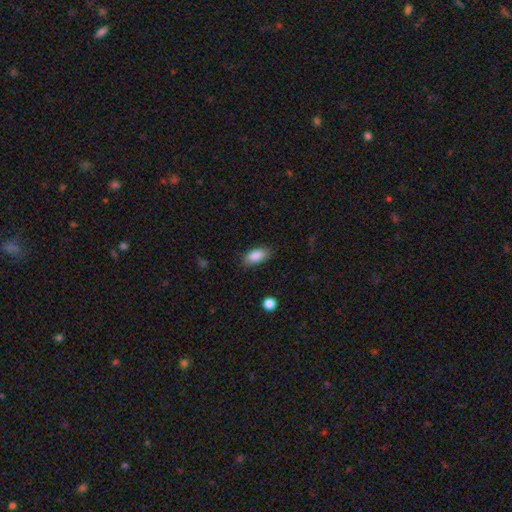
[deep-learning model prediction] smooth-or-featured: smooth: 88% | star or artifact: 7% | featured or disk: 5%
  how-rounded: in between: 91% | cigar-shaped: 6% | round: 4%
  merging: none: 83% | minor disturbance: 13% | major disturbance: 3% | merger: 1%